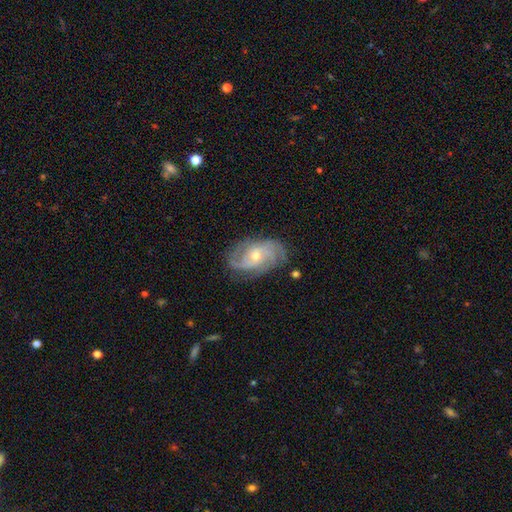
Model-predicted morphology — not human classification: smooth_or_featured: featured or disk (p=0.86) [alt: smooth p=0.08]
disk_edge_on: no (p=0.96) [alt: yes p=0.04]
bar: no (p=0.67) [alt: weak p=0.28]
has_spiral_arms: yes (p=0.97) [alt: no p=0.03]
spiral_winding: tight (p=0.46) [alt: medium p=0.41]
spiral_arm_count: 3 (p=0.33) [alt: 2 p=0.27]
bulge_size: small (p=0.52) [alt: moderate p=0.45]
merging: none (p=0.77) [alt: minor disturbance p=0.17]